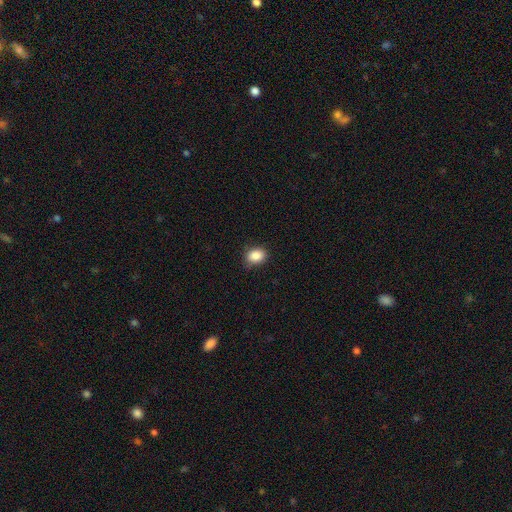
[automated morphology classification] Q: Smooth or featured?
A: smooth (87%); runner-up: star or artifact (9%)
Q: How rounded?
A: in between (64%); runner-up: round (35%)
Q: Merging?
A: none (82%); runner-up: minor disturbance (15%)